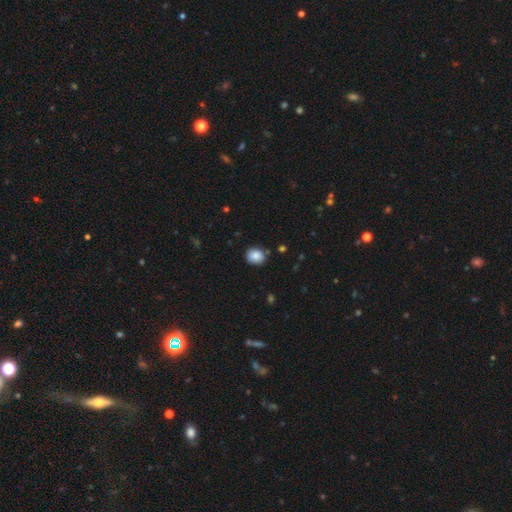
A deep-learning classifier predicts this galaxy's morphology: type=smooth (86%); roundness=round (68%); merging=none (80%).